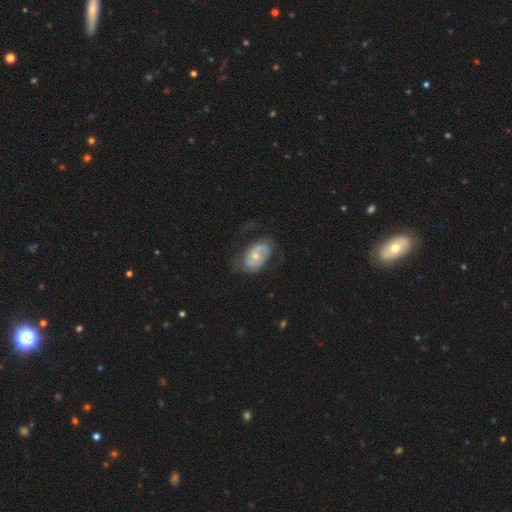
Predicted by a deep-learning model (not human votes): smooth_or_featured: featured or disk (p=0.56) [alt: smooth p=0.38]
disk_edge_on: no (p=0.94) [alt: yes p=0.06]
bar: no (p=0.72) [alt: weak p=0.23]
has_spiral_arms: yes (p=0.64) [alt: no p=0.36]
bulge_size: small (p=0.50) [alt: moderate p=0.45]
merging: none (p=0.54) [alt: minor disturbance p=0.27]